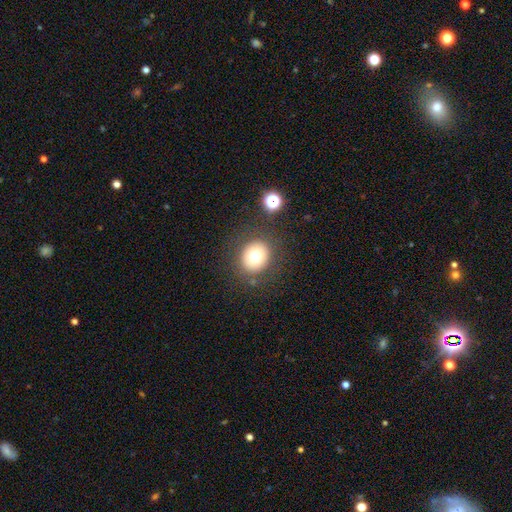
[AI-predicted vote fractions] Overall: smooth (74%). How rounded: round (77%). Merging: none (85%).